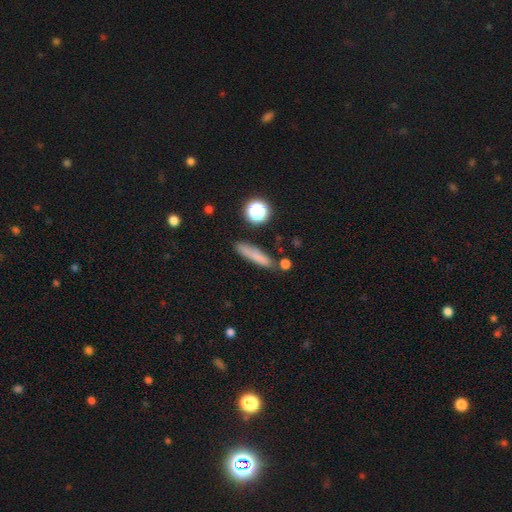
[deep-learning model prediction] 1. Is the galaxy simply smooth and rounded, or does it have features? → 74% smooth, 14% featured or disk, 12% star or artifact.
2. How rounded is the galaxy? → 82% cigar-shaped, 13% in between, 5% round.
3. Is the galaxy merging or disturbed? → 76% none, 14% minor disturbance, 6% merger, 4% major disturbance.